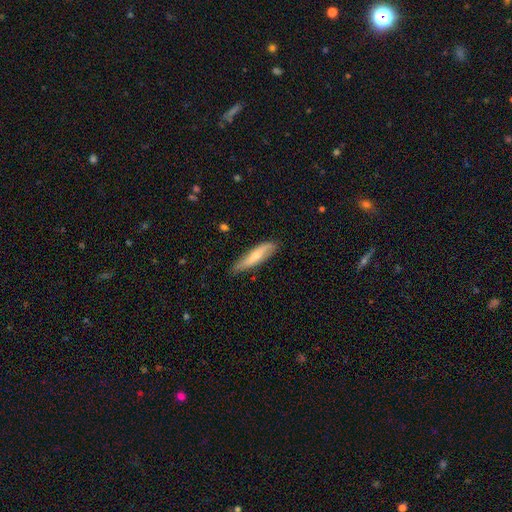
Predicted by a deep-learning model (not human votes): Overall: smooth (59%; featured or disk 35%). How rounded: cigar-shaped (73%). Merging: none (67%).